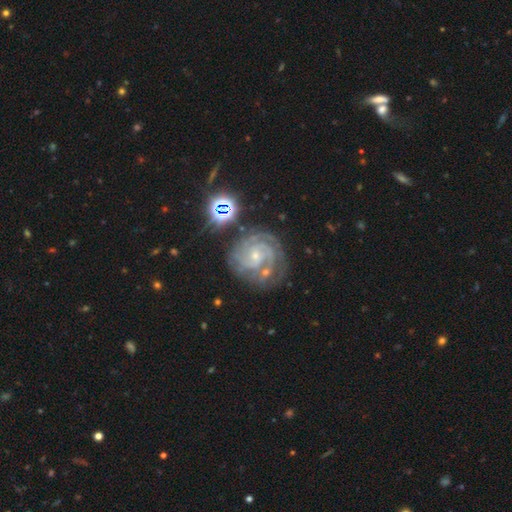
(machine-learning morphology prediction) Q: Smooth or featured?
A: featured or disk (87%); runner-up: star or artifact (7%)
Q: Edge-on disk?
A: no (98%); runner-up: yes (2%)
Q: Bar?
A: no (64%); runner-up: weak (28%)
Q: Spiral arms?
A: yes (98%); runner-up: no (2%)
Q: Spiral winding?
A: tight (72%); runner-up: medium (25%)
Q: Spiral arm count?
A: 3 (37%); runner-up: 2 (23%)
Q: Bulge size?
A: small (74%); runner-up: moderate (21%)
Q: Merging?
A: none (62%); runner-up: minor disturbance (20%)